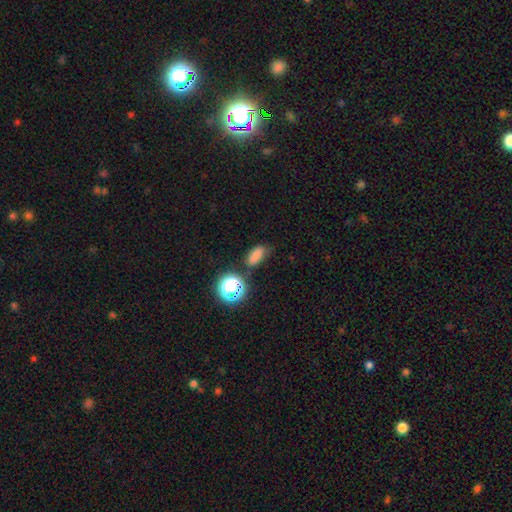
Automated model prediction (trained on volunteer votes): Smooth or featured? smooth (76%)
How rounded? in between (80%)
Merging? none (72%)